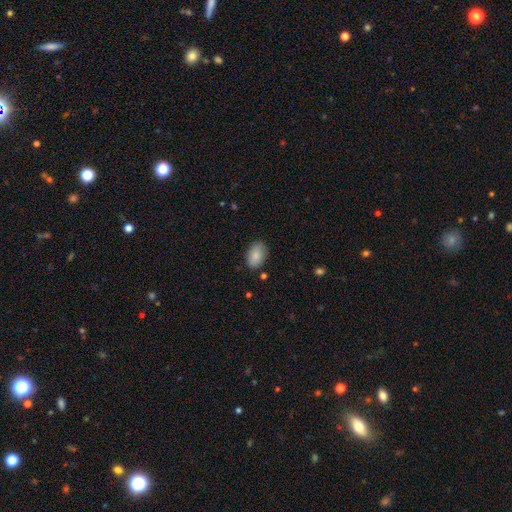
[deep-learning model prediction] Q: Smooth or featured?
A: smooth (86%); runner-up: featured or disk (8%)
Q: How rounded?
A: in between (89%); runner-up: round (9%)
Q: Merging?
A: none (83%); runner-up: minor disturbance (13%)